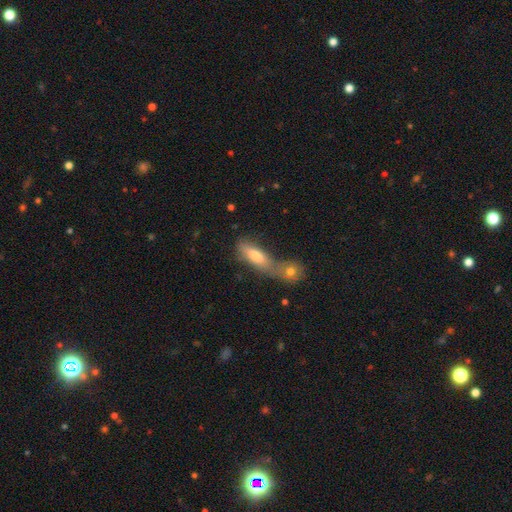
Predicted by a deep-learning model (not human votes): The model was most divided on "how rounded": in between: 57%, cigar-shaped: 39%, round: 4%. More confident: smooth or featured — smooth (68%); merging — merger (59%).